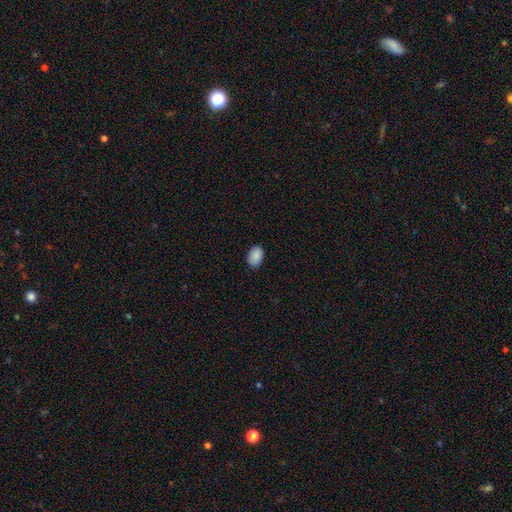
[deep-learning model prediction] smooth_or_featured: smooth (p=0.89) [alt: star or artifact p=0.07]
how_rounded: in between (p=0.85) [alt: round p=0.14]
merging: none (p=0.86) [alt: minor disturbance p=0.11]